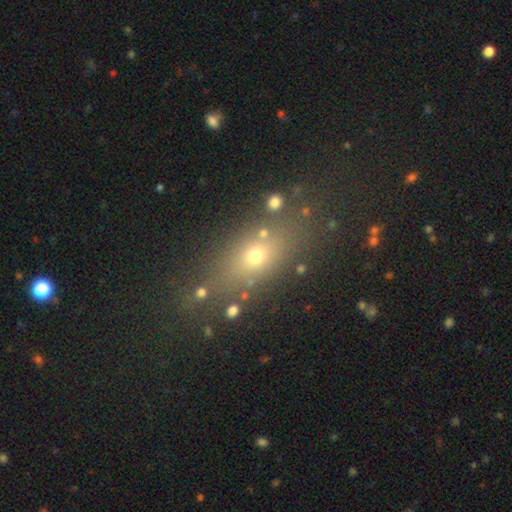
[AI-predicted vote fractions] Q: Smooth or featured?
A: smooth (56%); runner-up: star or artifact (24%)
Q: How rounded?
A: in between (56%); runner-up: cigar-shaped (22%)
Q: Merging?
A: none (77%); runner-up: minor disturbance (12%)